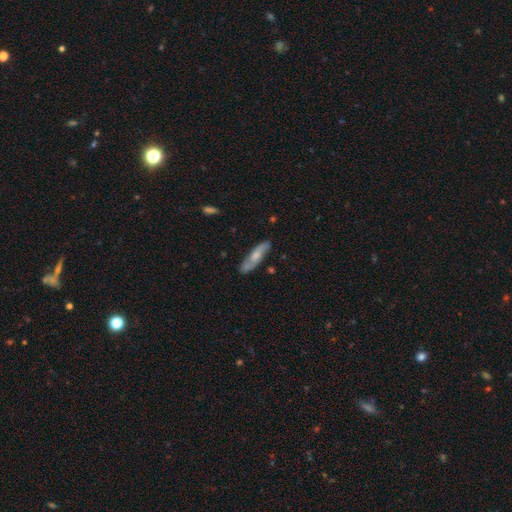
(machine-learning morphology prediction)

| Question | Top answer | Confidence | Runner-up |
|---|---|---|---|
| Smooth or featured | smooth | 51% | featured or disk (44%) |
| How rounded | cigar-shaped | 70% | in between (28%) |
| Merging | none | 79% | minor disturbance (15%) |